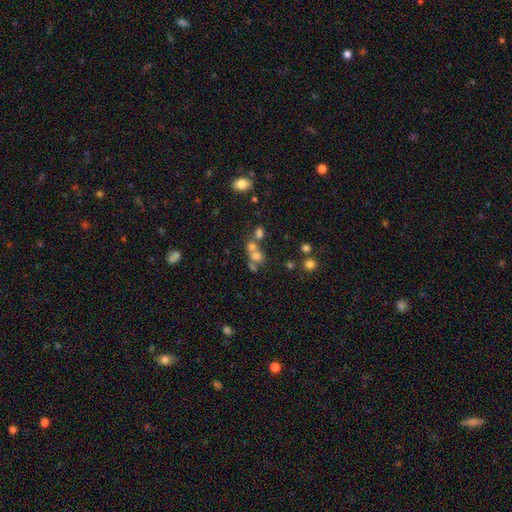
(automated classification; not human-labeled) Smooth or featured? smooth (59%)
How rounded? round (69%)
Merging? merger (51%)